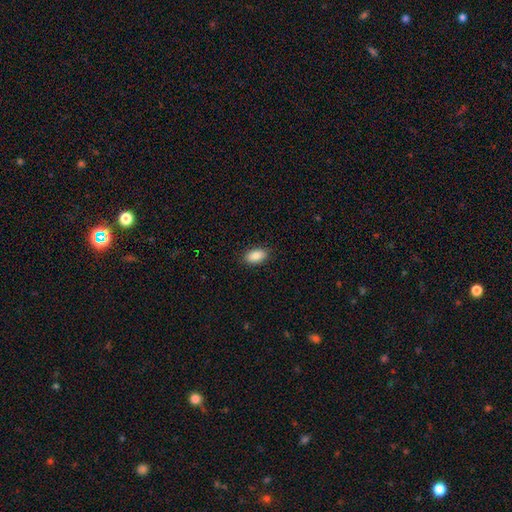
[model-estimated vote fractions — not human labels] smooth_or_featured: smooth (p=0.89) [alt: star or artifact p=0.07]
how_rounded: in between (p=0.93) [alt: round p=0.05]
merging: none (p=0.89) [alt: minor disturbance p=0.08]